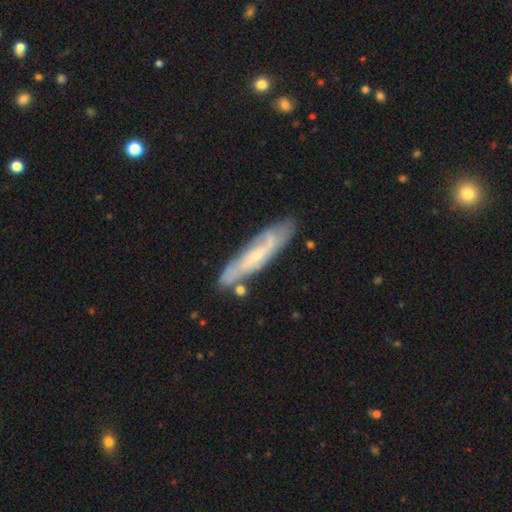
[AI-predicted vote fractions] Overall: featured or disk (69%). Edge-on disk: no (64%; yes 36%). Merging: none (73%).